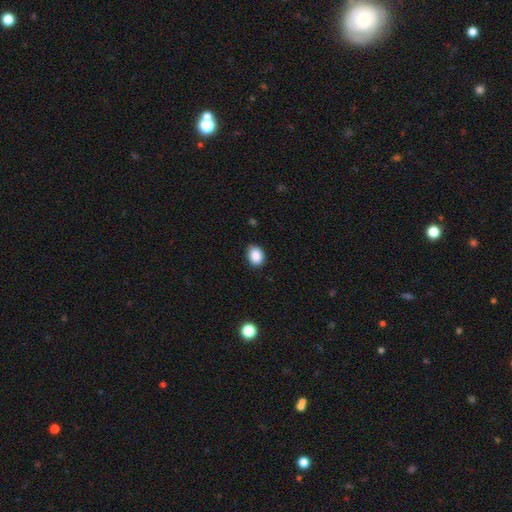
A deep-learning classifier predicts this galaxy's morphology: Smooth or featured? smooth (88%)
How rounded? in between (61%)
Merging? none (84%)